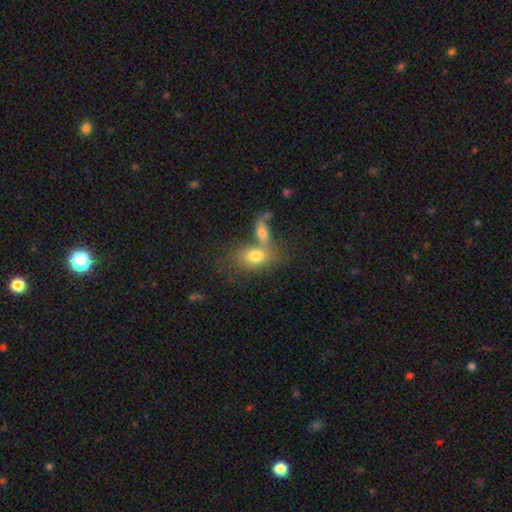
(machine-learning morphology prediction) This is likely a smooth galaxy (74%). How rounded: likely in between (79%). Merging: possibly merger (51%).